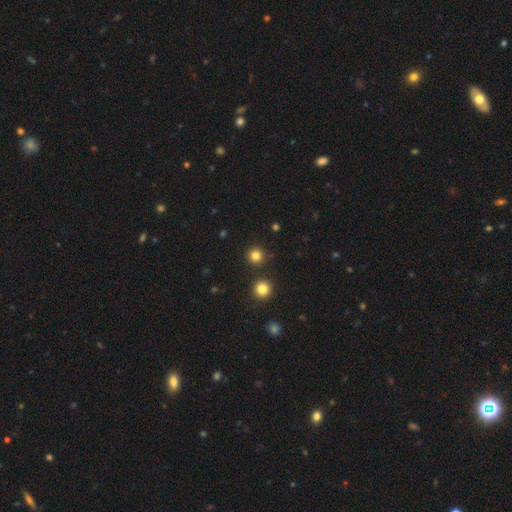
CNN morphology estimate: Smooth or featured? smooth (81%)
How rounded? round (95%)
Merging? none (90%)